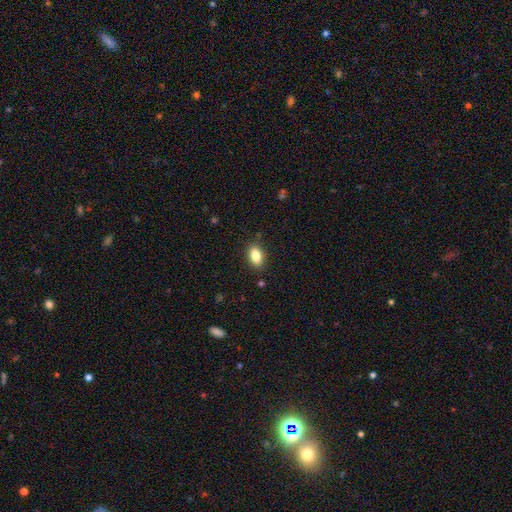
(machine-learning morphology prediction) Overall: smooth (84%). How rounded: in between (89%). Merging: none (87%).